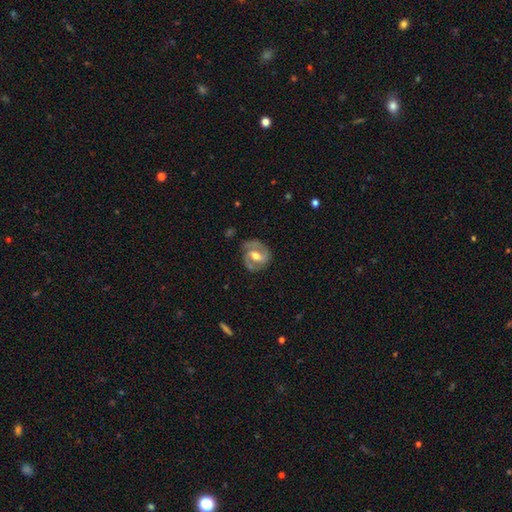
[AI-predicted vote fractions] Smooth or featured: featured or disk — 81% (smooth — 14%)
Edge-on disk: no — 97% (yes — 3%)
Bar: weak — 47% (strong — 27%)
Spiral arms: yes — 93% (no — 7%)
Spiral winding: medium — 48% (tight — 39%)
Spiral arm count: 2 — 85% (can't tell — 5%)
Bulge size: moderate — 69% (small — 18%)
Merging: none — 76% (minor disturbance — 16%)